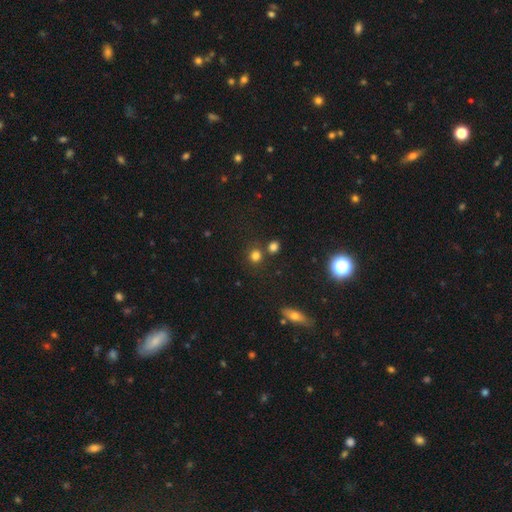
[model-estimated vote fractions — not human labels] Overall: smooth (77%). How rounded: round (82%). Merging: none (69%).